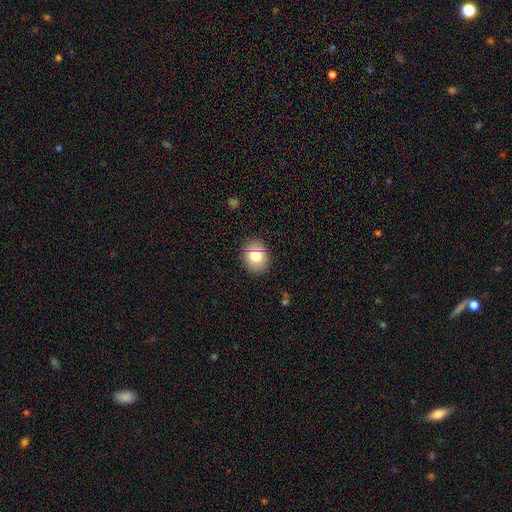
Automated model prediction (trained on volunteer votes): smooth_or_featured: smooth (p=0.77) [alt: featured or disk p=0.14]
how_rounded: round (p=0.55) [alt: in between p=0.44]
merging: none (p=0.88) [alt: minor disturbance p=0.09]